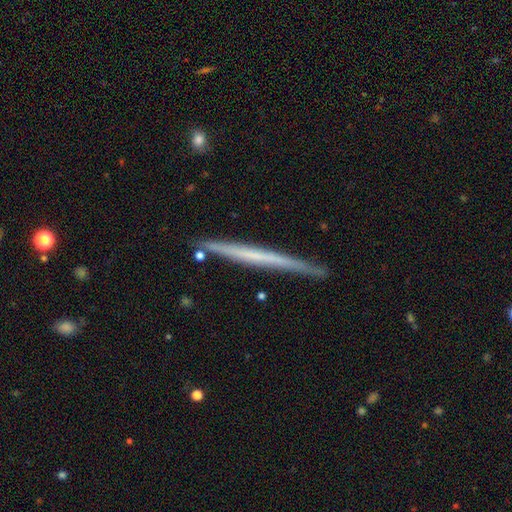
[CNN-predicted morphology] This appears to be a featured or disk galaxy (55%) viewed edge-on (97%) with no central bulge (89%). Merging: none (85%).